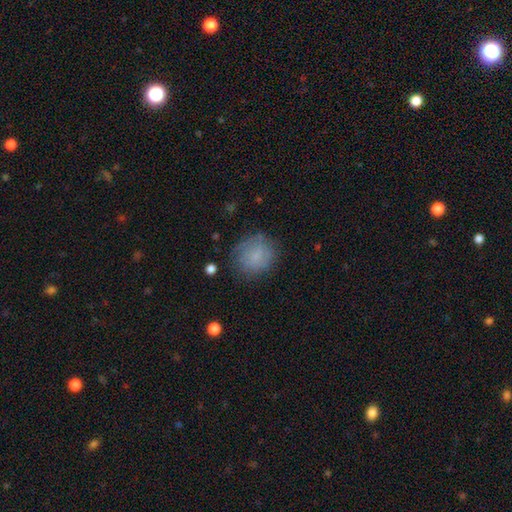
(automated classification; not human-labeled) Smooth or featured: smooth — 70% (featured or disk — 20%)
How rounded: round — 77% (in between — 22%)
Merging: none — 71% (minor disturbance — 19%)